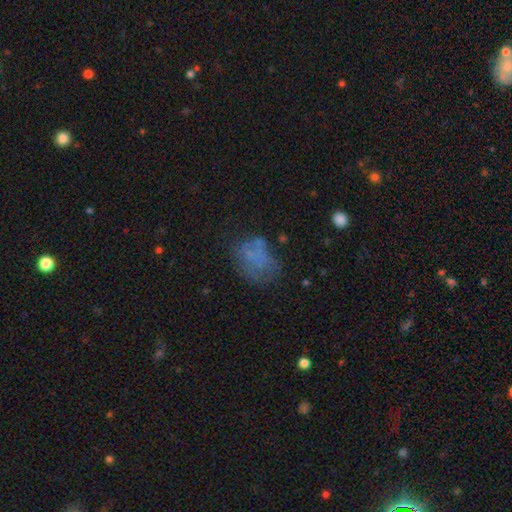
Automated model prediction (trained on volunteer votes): smooth 52%, featured or disk 31%, star or artifact 17%. Down the decision tree: how rounded — in between (61%); merging — none (45%).